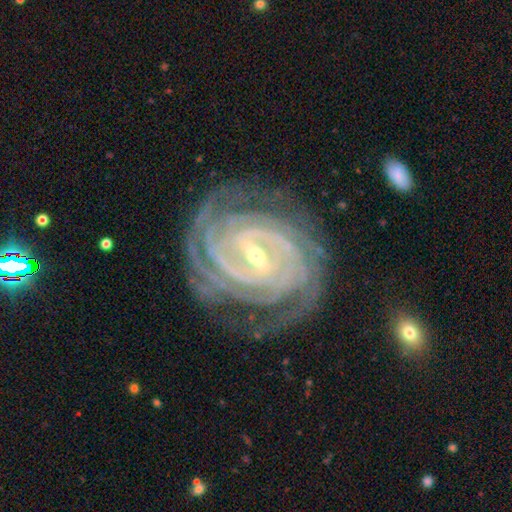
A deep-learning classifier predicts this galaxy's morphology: A featured or disk galaxy (94%) with a strong bar (55%), 4 (30%) tight (85%) spiral arms (99%) and a small central bulge (64%). Merging: none (81%).